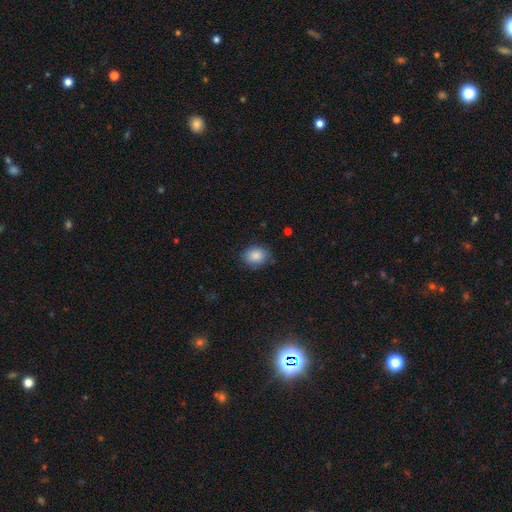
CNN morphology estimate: A smooth galaxy with no disk features (87%) that is in between round and cigar-shaped (53%). Merging: none (79%).